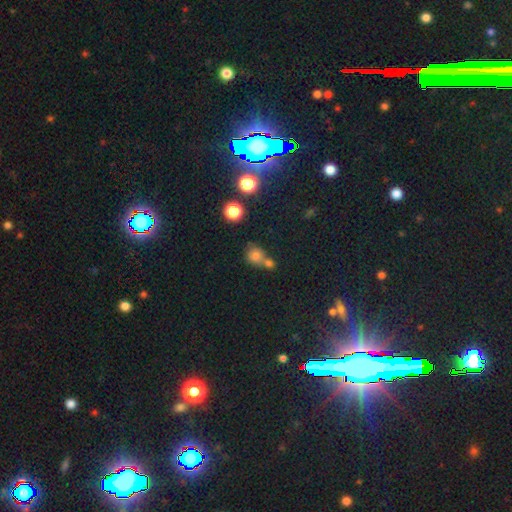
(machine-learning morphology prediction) Smooth or featured: smooth — 71% (star or artifact — 20%)
How rounded: round — 81% (in between — 18%)
Merging: merger — 44% (none — 43%)